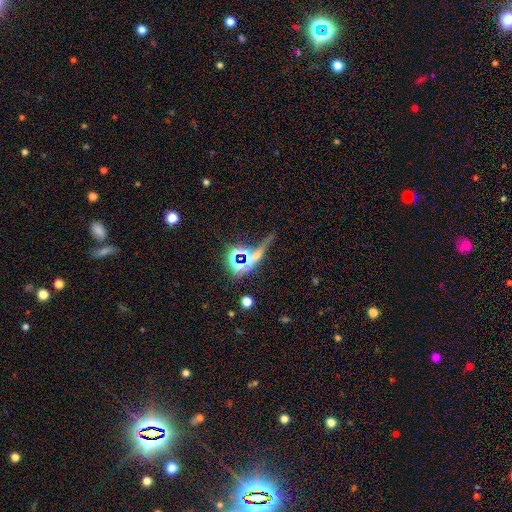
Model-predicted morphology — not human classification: The model was most divided on "smooth or featured": star or artifact: 60%, smooth: 21%, featured or disk: 19%.